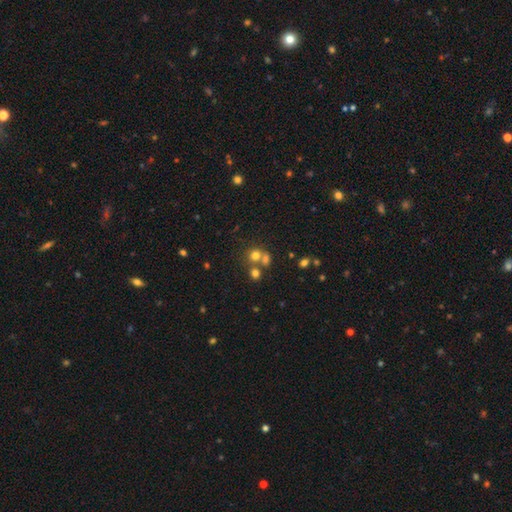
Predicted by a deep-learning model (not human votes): smooth-or-featured: smooth: 69% | star or artifact: 19% | featured or disk: 12%
  how-rounded: round: 83% | in between: 16% | cigar-shaped: 1%
  merging: none: 49% | merger: 39% | minor disturbance: 7% | major disturbance: 4%